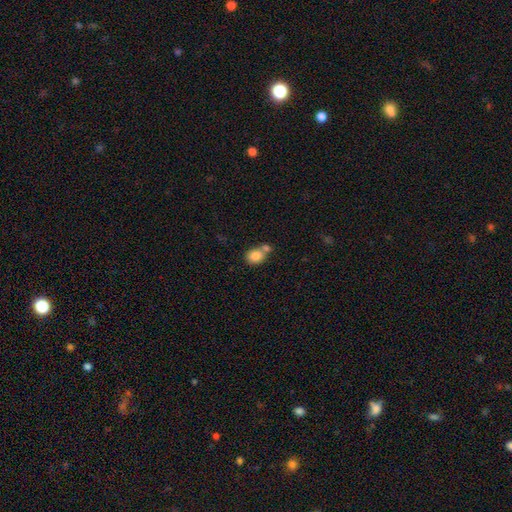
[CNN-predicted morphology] Smooth or featured?
  - smooth: 83% *
  - star or artifact: 9%
  - featured or disk: 8%
How rounded?
  - round: 55% *
  - in between: 44%
  - cigar-shaped: 1%
Merging?
  - none: 45% *
  - merger: 42%
  - minor disturbance: 10%
  - major disturbance: 3%